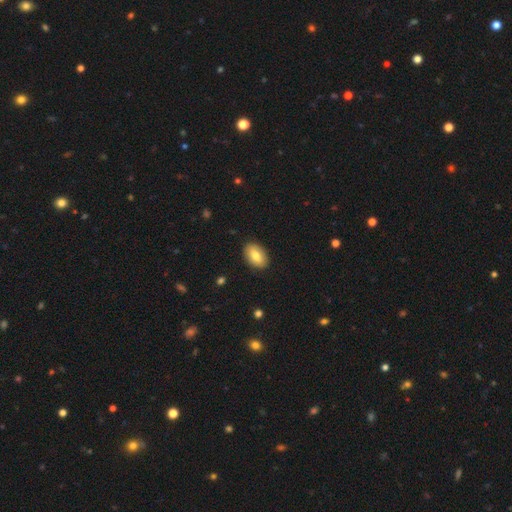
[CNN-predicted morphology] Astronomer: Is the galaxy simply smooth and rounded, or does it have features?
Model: smooth — 76%.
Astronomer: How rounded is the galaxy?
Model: in between — 91%.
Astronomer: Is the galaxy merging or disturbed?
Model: none — 88%.